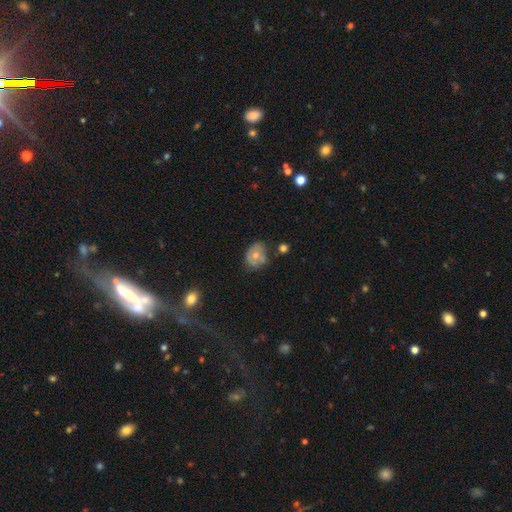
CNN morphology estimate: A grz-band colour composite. It shows a smooth galaxy with no disk features (56%) that is round (52%). Merging: none (51%).